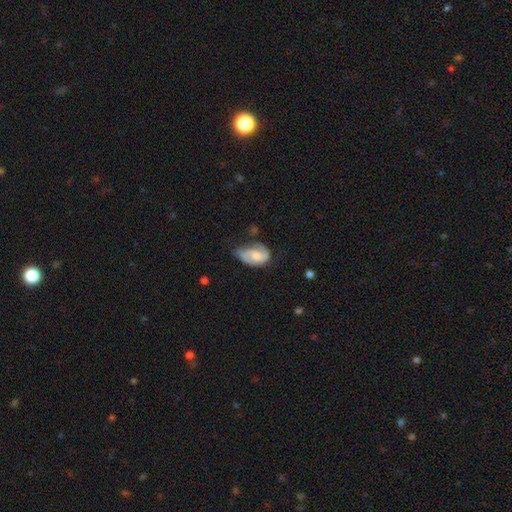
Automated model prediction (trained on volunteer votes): This appears to be a featured or disk galaxy (68%) with no bar (57%), 2 (75%) medium (45%) spiral arms (89%) and a moderate central bulge (42%). Merging: none (41%).